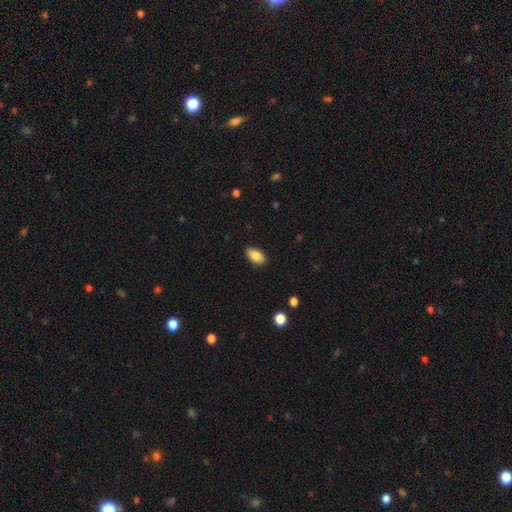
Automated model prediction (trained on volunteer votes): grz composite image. It shows a smooth galaxy with no disk features (87%) that is in between round and cigar-shaped (94%). Merging: none (89%).